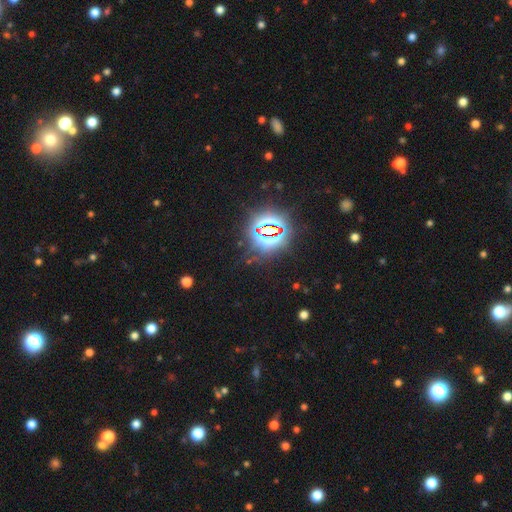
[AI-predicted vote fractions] This appears to be a star or artifact, not a galaxy (82%).